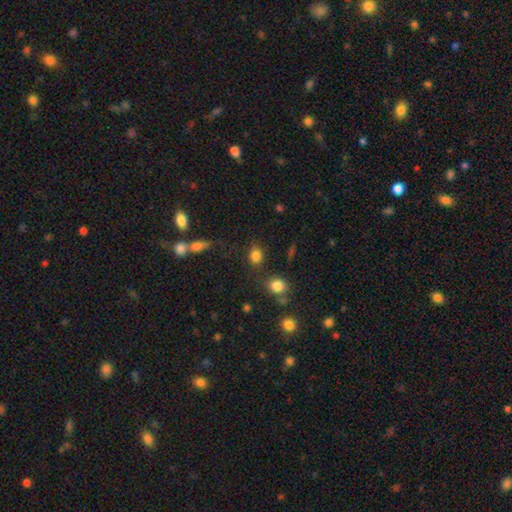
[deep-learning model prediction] smooth_or_featured: smooth (p=0.83) [alt: star or artifact p=0.12]
how_rounded: round (p=0.52) [alt: in between p=0.46]
merging: none (p=0.73) [alt: minor disturbance p=0.14]